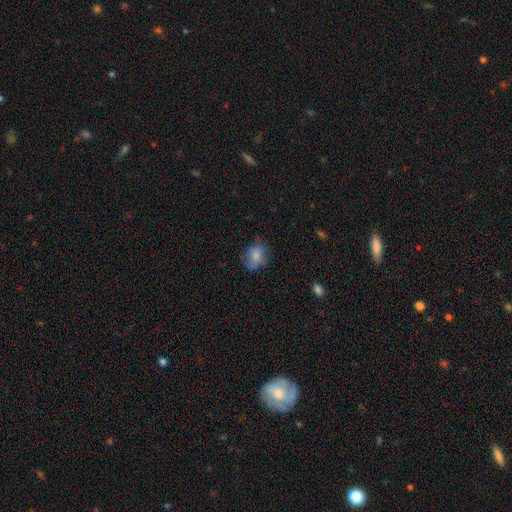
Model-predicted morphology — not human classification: smooth_or_featured: smooth (p=0.73) [alt: featured or disk p=0.17]
how_rounded: round (p=0.50) [alt: in between p=0.49]
merging: none (p=0.58) [alt: minor disturbance p=0.27]